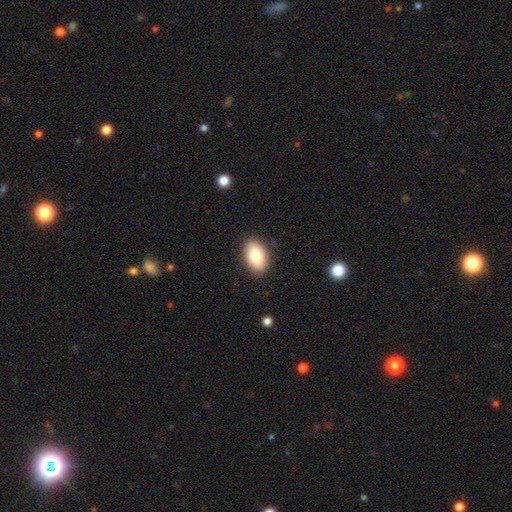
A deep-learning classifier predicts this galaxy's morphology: Smooth or featured: smooth — 80% (featured or disk — 13%)
How rounded: in between — 90% (round — 8%)
Merging: none — 88% (minor disturbance — 8%)